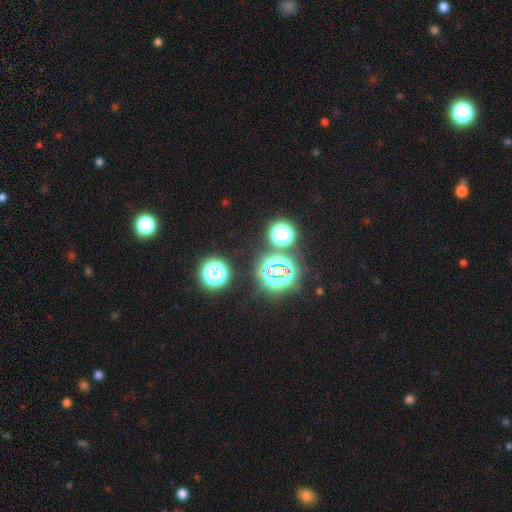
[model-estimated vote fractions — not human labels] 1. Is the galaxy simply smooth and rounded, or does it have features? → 73% star or artifact, 21% smooth, 6% featured or disk.